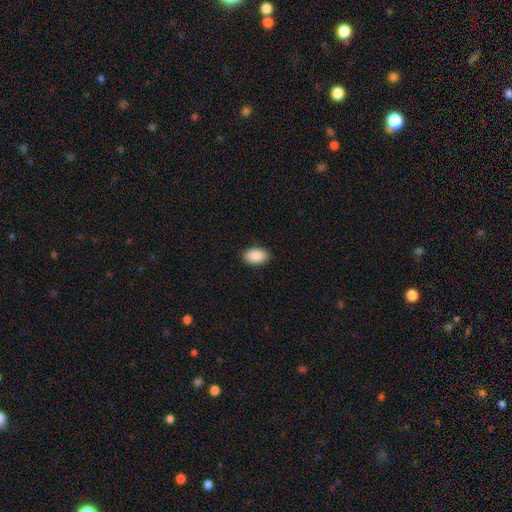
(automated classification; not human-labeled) Smooth or featured?
  - smooth: 90% *
  - star or artifact: 7%
  - featured or disk: 4%
How rounded?
  - in between: 93% *
  - round: 6%
  - cigar-shaped: 1%
Merging?
  - none: 90% *
  - minor disturbance: 8%
  - major disturbance: 2%
  - merger: 1%